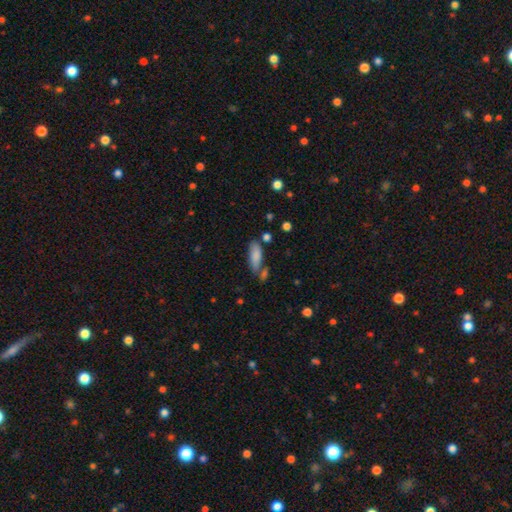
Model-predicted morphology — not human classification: Overall: smooth (83%). How rounded: in between (70%). Merging: none (61%).